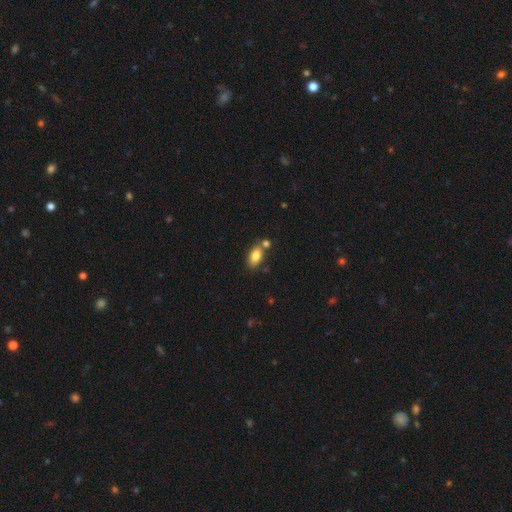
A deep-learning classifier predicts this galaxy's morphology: smooth-or-featured: smooth: 81% | featured or disk: 11% | star or artifact: 8%
  how-rounded: in between: 90% | round: 7% | cigar-shaped: 3%
  merging: none: 64% | merger: 21% | minor disturbance: 12% | major disturbance: 3%